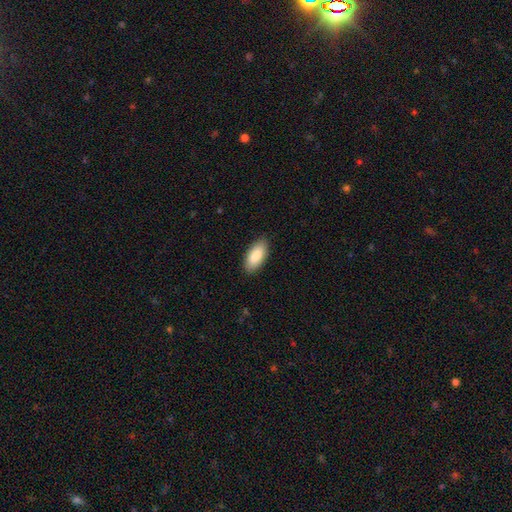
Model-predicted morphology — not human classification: This appears to be a smooth galaxy with no disk features (88%) that is in between round and cigar-shaped (91%). Merging: none (88%).